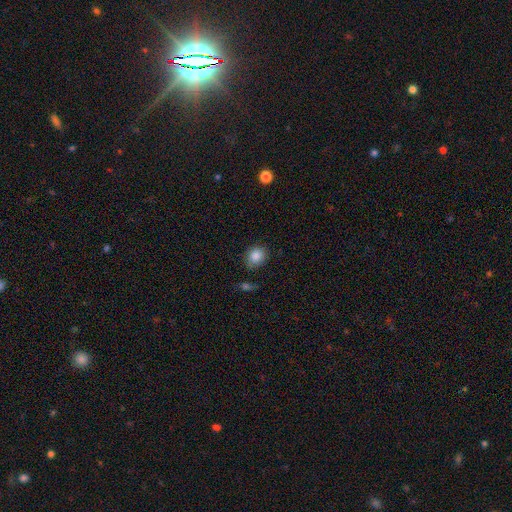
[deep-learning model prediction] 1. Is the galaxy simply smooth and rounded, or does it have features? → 86% smooth, 9% star or artifact, 5% featured or disk.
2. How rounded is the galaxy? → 64% round, 35% in between, 1% cigar-shaped.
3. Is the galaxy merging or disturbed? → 79% none, 15% minor disturbance, 4% major disturbance, 3% merger.